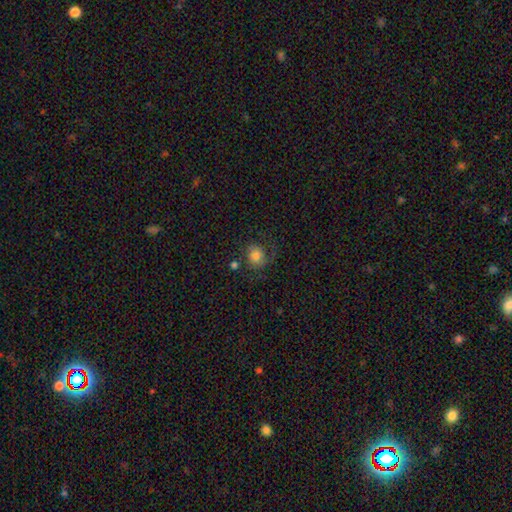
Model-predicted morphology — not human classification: Smooth or featured: smooth — 69% (featured or disk — 20%)
How rounded: round — 73% (in between — 26%)
Merging: none — 55% (minor disturbance — 21%)